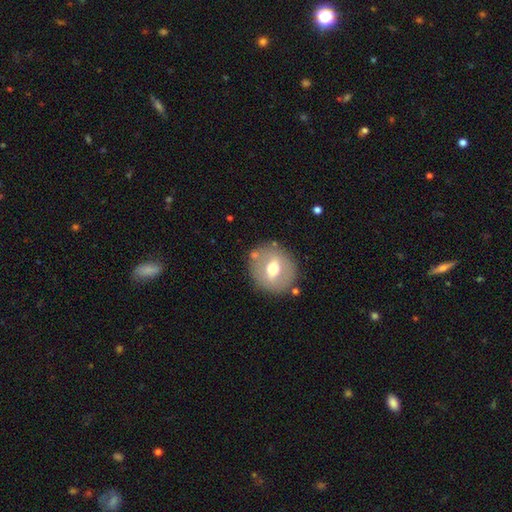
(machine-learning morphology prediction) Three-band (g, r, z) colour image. It shows a smooth galaxy with no disk features (51%) that is round (81%). Merging: none (82%).